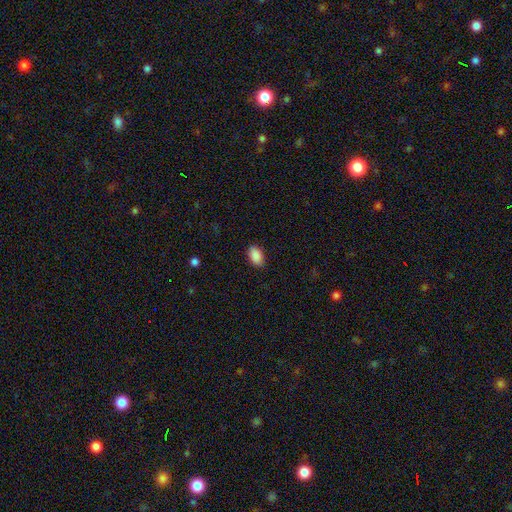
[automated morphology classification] A smooth galaxy with no disk features (90%) that is in between round and cigar-shaped (92%).

Vote fractions:
- Smooth or featured? smooth: 90% / star or artifact: 7% / featured or disk: 3%
- How rounded? in between: 92% / round: 7% / cigar-shaped: 2%
- Merging? none: 87% / minor disturbance: 10% / major disturbance: 2% / merger: 1%